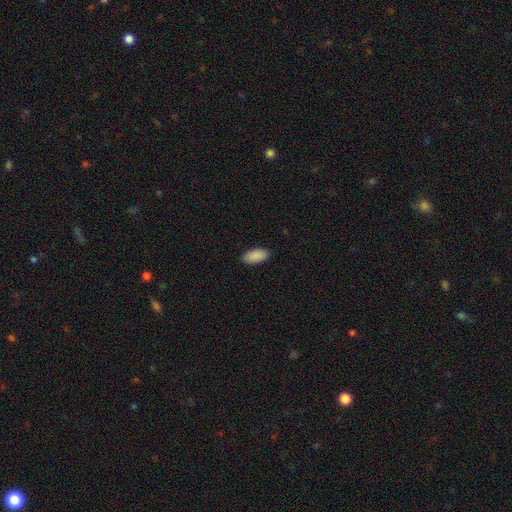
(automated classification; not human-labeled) Q: Smooth or featured?
A: smooth (91%); runner-up: star or artifact (6%)
Q: How rounded?
A: in between (92%); runner-up: cigar-shaped (6%)
Q: Merging?
A: none (89%); runner-up: minor disturbance (8%)